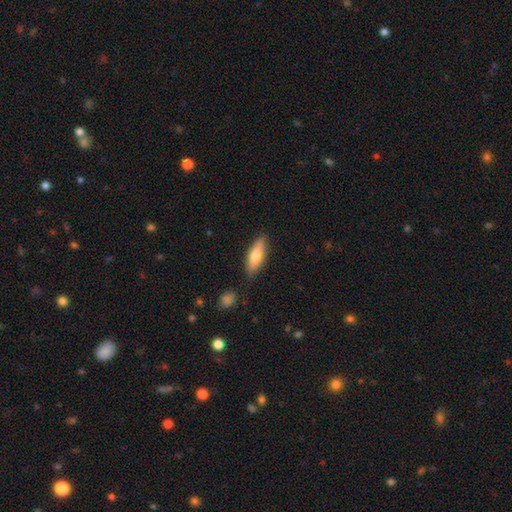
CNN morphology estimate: Smooth or featured?
  - smooth: 70% *
  - featured or disk: 24%
  - star or artifact: 6%
How rounded?
  - in between: 52% *
  - cigar-shaped: 45%
  - round: 2%
Merging?
  - none: 82% *
  - minor disturbance: 13%
  - merger: 3%
  - major disturbance: 3%